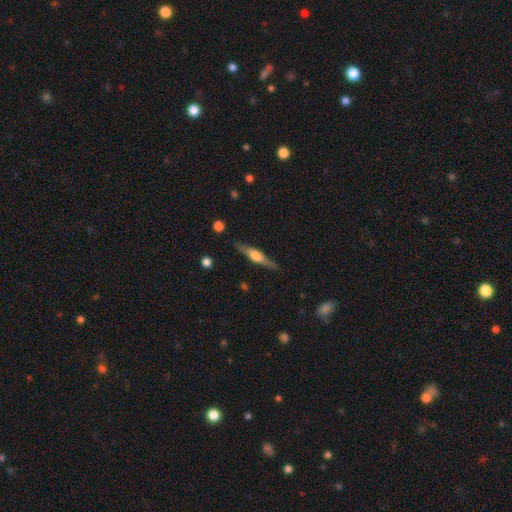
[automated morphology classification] smooth-or-featured: featured or disk: 65% | smooth: 30% | star or artifact: 6%
  disk-edge-on: yes: 96% | no: 4%
    edge-on-bulge: rounded: 79% | boxy: 16% | none: 5%
  merging: none: 87% | minor disturbance: 9% | major disturbance: 2% | merger: 1%